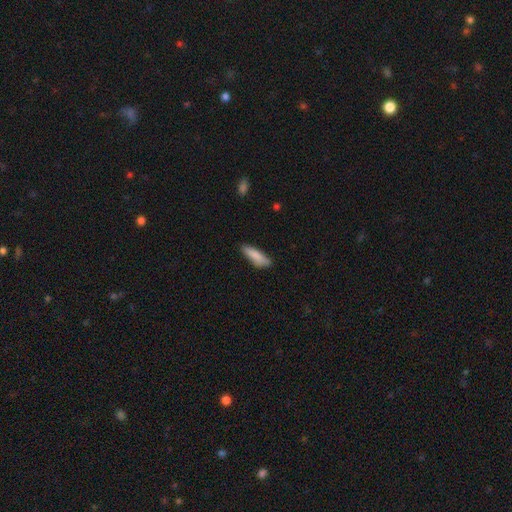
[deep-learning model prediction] Smooth or featured: smooth — 85% (featured or disk — 9%)
How rounded: cigar-shaped — 61% (in between — 37%)
Merging: none — 80% (minor disturbance — 16%)